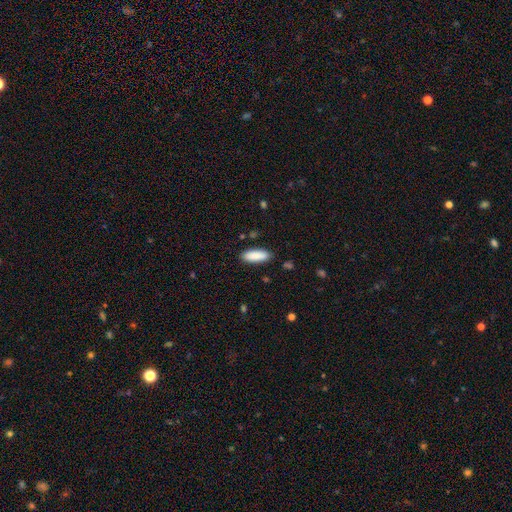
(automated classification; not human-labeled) Smooth or featured? Predicted: smooth (p=0.89). How rounded? Predicted: in between (p=0.66). Merging? Predicted: none (p=0.87).